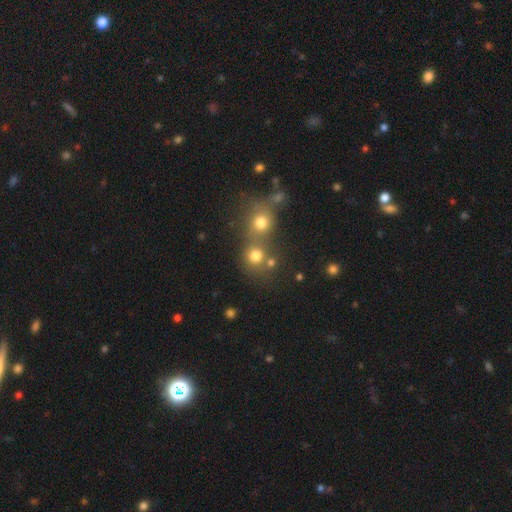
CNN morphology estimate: A smooth galaxy with no disk features (76%) that is round (86%). Merging: none (50%).